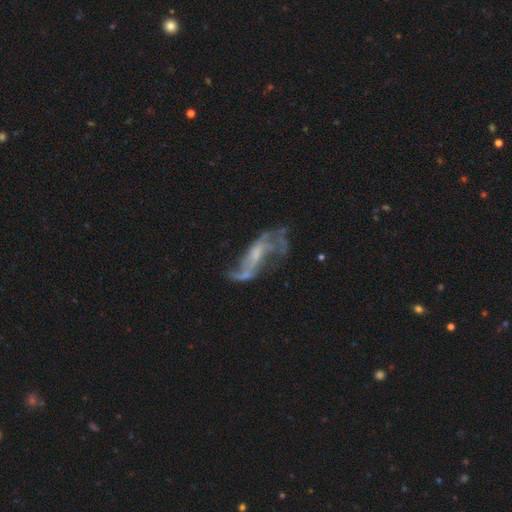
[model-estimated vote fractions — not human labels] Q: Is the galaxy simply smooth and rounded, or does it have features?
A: featured or disk — 76%.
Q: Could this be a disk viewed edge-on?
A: no — 90%.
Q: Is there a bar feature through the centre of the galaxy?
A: no — 48%.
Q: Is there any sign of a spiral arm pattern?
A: yes — 75%.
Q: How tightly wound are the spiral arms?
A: loose — 74%.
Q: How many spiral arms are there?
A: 2 — 56%.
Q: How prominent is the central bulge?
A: small — 38%.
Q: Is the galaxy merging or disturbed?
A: none — 39%.